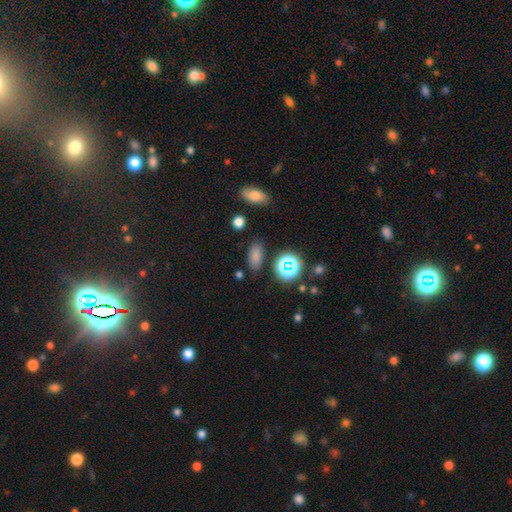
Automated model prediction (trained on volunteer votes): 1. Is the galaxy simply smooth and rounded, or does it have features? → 77% smooth, 17% star or artifact, 6% featured or disk.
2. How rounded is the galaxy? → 84% in between, 9% round, 6% cigar-shaped.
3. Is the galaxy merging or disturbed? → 83% none, 11% minor disturbance, 3% major disturbance, 3% merger.